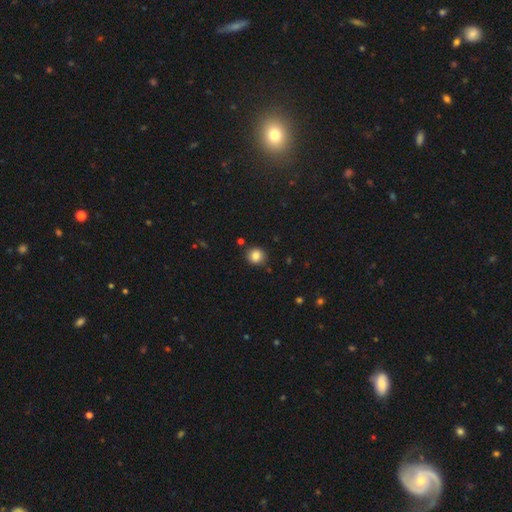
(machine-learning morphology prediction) A smooth galaxy with no disk features (84%) that is round (89%).

Vote fractions:
- Smooth or featured? smooth: 84% / star or artifact: 11% / featured or disk: 5%
- How rounded? round: 89% / in between: 10% / cigar-shaped: 1%
- Merging? none: 86% / minor disturbance: 9% / merger: 3% / major disturbance: 2%